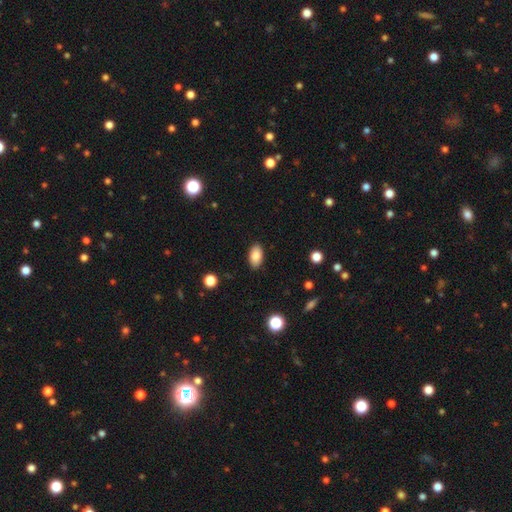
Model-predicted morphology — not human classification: smooth_or_featured: smooth (p=0.86) [alt: star or artifact p=0.08]
how_rounded: in between (p=0.93) [alt: round p=0.05]
merging: none (p=0.88) [alt: minor disturbance p=0.09]